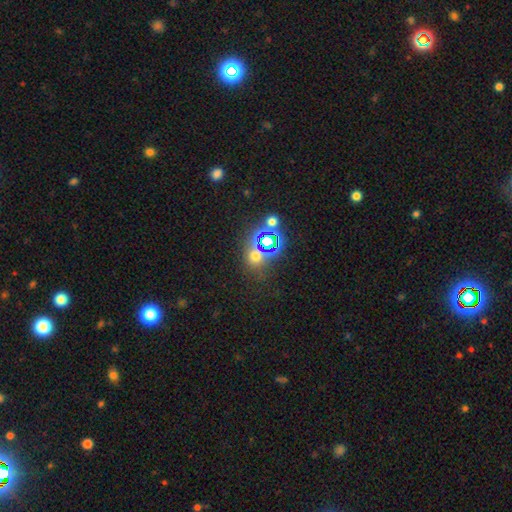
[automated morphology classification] star or artifact 47%, smooth 44%, featured or disk 9%.